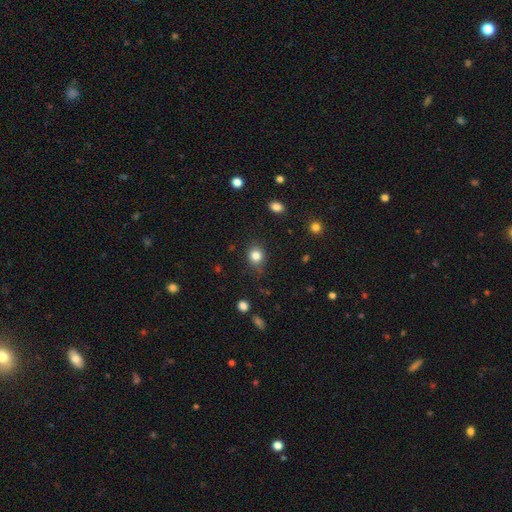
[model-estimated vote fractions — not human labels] A smooth galaxy with no disk features (82%) that is round (77%).

Vote fractions:
- Smooth or featured? smooth: 82% / star or artifact: 12% / featured or disk: 6%
- How rounded? round: 77% / in between: 22% / cigar-shaped: 1%
- Merging? none: 80% / minor disturbance: 15% / major disturbance: 4% / merger: 2%